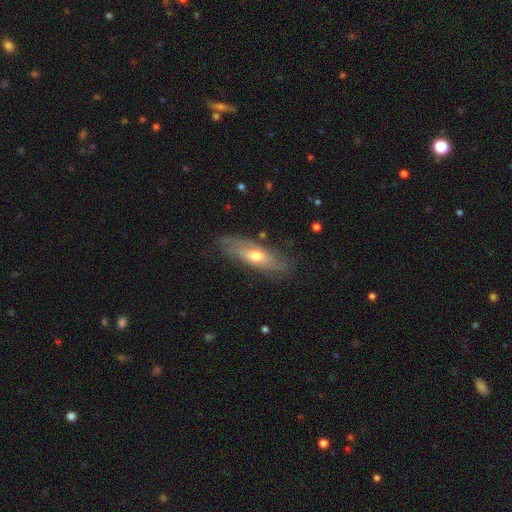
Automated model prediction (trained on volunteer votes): Smooth or featured? featured or disk (59%)
Edge-on disk? no (69%)
Merging? none (74%)